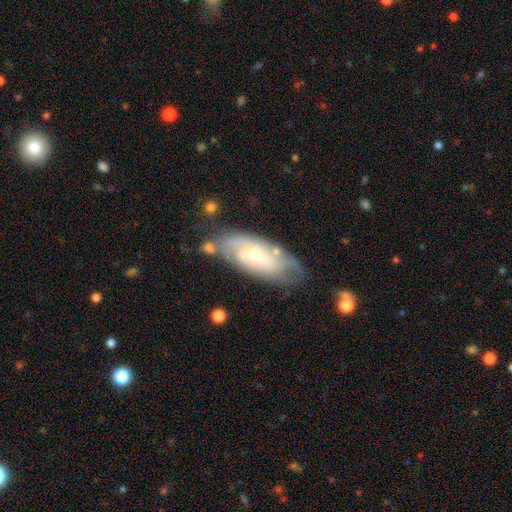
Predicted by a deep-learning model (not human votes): Smooth or featured?
  - featured or disk: 64% *
  - smooth: 29%
  - star or artifact: 7%
Edge-on disk?
  - no: 88% *
  - yes: 12%
Bar?
  - no: 62% *
  - weak: 31%
  - strong: 7%
Spiral arms?
  - yes: 82% *
  - no: 18%
Bulge size?
  - small: 65% *
  - moderate: 29%
  - none: 2%
  - large: 2%
  - dominant: 1%
Merging?
  - none: 63% *
  - minor disturbance: 22%
  - major disturbance: 8%
  - merger: 7%